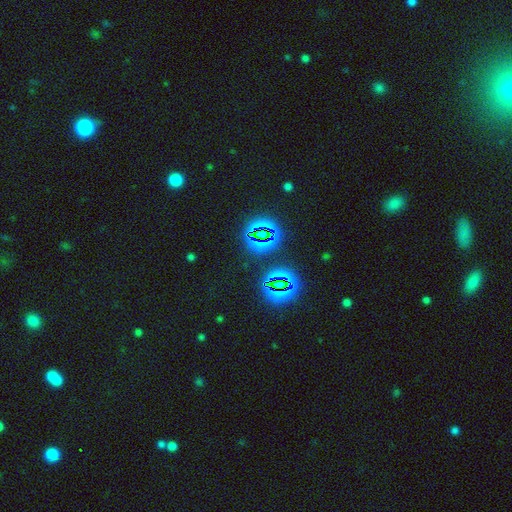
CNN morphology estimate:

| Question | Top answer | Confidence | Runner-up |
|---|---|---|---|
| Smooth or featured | star or artifact | 73% | smooth (15%) |